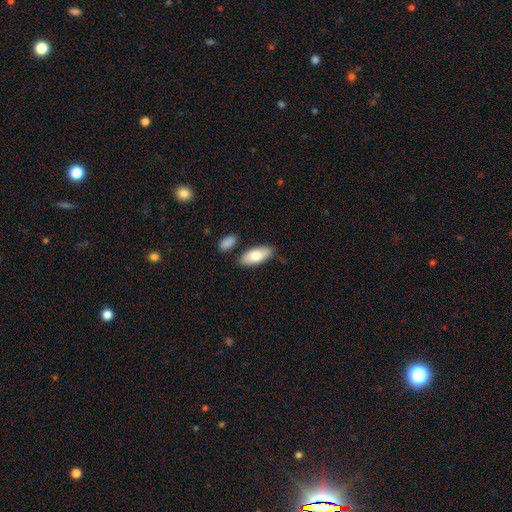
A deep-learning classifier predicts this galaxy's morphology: type=smooth (80%); roundness=in between (86%); merging=none (78%).